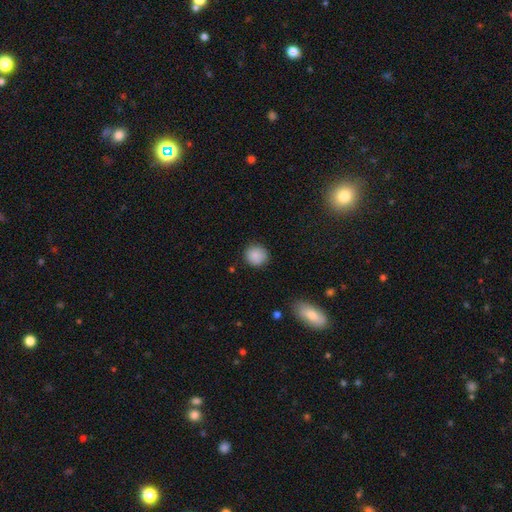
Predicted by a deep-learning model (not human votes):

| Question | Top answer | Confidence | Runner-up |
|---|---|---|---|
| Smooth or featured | smooth | 87% | star or artifact (9%) |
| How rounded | round | 90% | in between (9%) |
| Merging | none | 87% | minor disturbance (9%) |